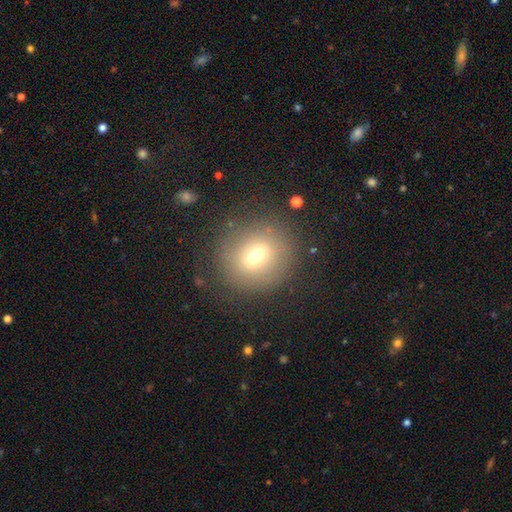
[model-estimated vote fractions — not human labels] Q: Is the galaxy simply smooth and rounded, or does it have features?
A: smooth — 60%.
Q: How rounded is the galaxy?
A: round — 85%.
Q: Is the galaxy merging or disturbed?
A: none — 81%.